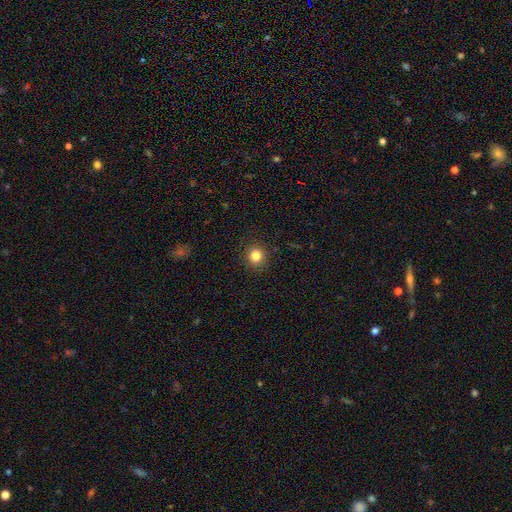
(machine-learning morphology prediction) smooth 84%, star or artifact 11%, featured or disk 5%. Down the decision tree: how rounded — round (91%); merging — none (91%).